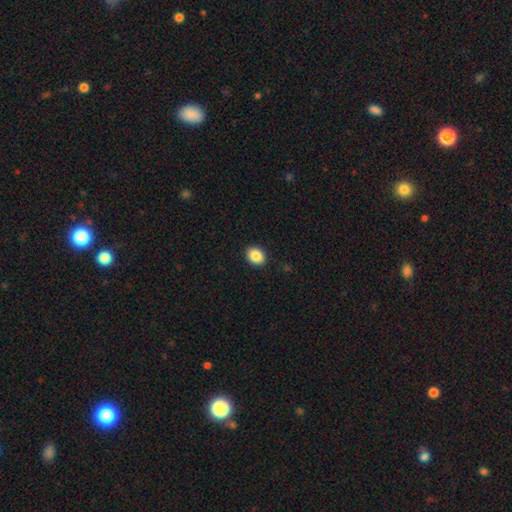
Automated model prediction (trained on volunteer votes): Morphology: type=smooth (87%); roundness=in between (51%); merging=none (91%).